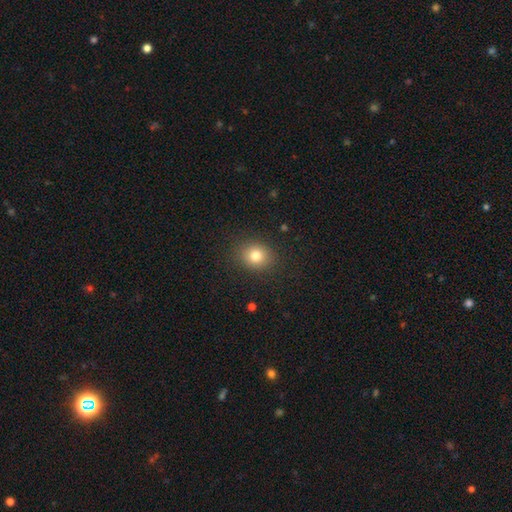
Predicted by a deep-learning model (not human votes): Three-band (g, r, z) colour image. It shows a smooth galaxy with no disk features (79%) that is round (71%). Merging: none (88%).